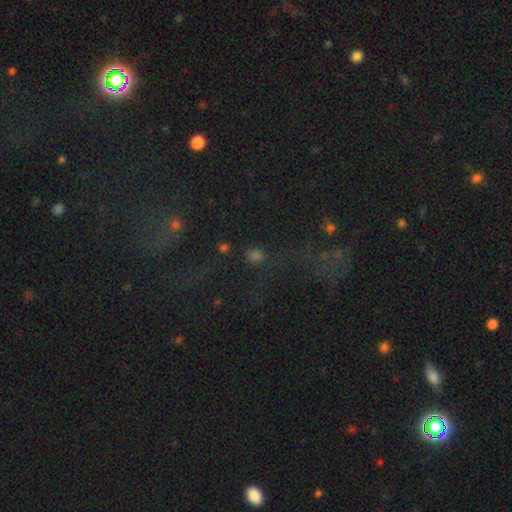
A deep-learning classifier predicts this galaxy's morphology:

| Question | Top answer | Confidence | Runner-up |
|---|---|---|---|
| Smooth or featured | smooth | 58% | star or artifact (33%) |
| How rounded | round | 86% | in between (12%) |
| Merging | none | 71% | major disturbance (10%) |